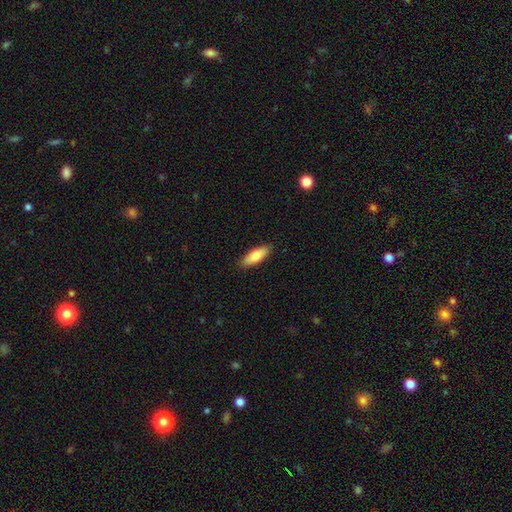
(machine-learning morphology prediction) Smooth or featured? smooth (78%)
How rounded? in between (66%)
Merging? none (89%)